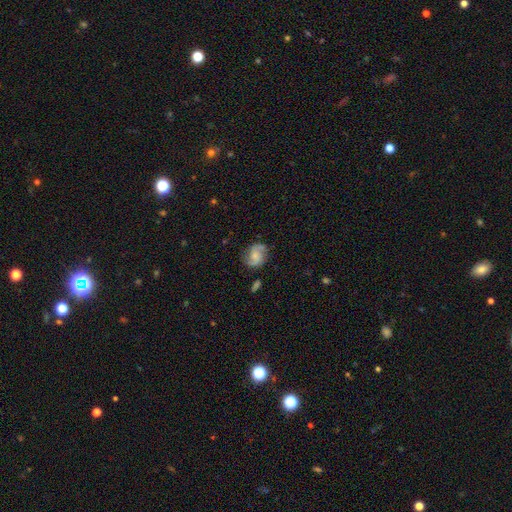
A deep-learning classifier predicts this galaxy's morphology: Smooth or featured?
  - featured or disk: 75% *
  - smooth: 18%
  - star or artifact: 7%
Edge-on disk?
  - no: 98% *
  - yes: 2%
Bar?
  - no: 56% *
  - weak: 37%
  - strong: 7%
Spiral arms?
  - yes: 95% *
  - no: 5%
Spiral winding?
  - medium: 49% *
  - loose: 30%
  - tight: 21%
Spiral arm count?
  - 2: 90% *
  - can't tell: 4%
  - 1: 2%
  - 3: 2%
  - 4: 1%
  - more than 4: 1%
Bulge size?
  - small: 40% *
  - moderate: 34%
  - none: 20%
  - large: 5%
  - dominant: 1%
Merging?
  - none: 75% *
  - minor disturbance: 17%
  - major disturbance: 6%
  - merger: 2%